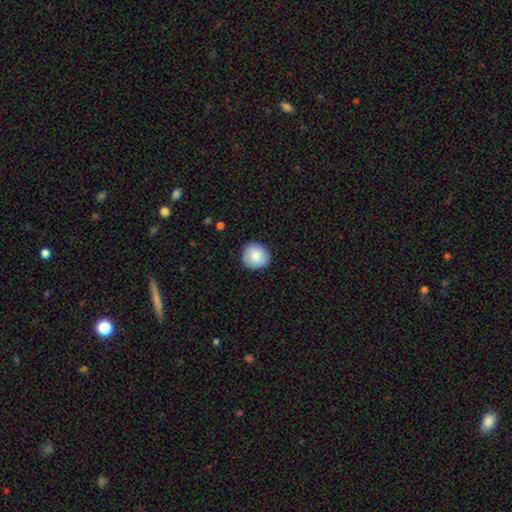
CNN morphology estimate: smooth_or_featured: smooth (p=0.86) [alt: featured or disk p=0.08]
how_rounded: round (p=0.92) [alt: in between p=0.07]
merging: none (p=0.89) [alt: minor disturbance p=0.08]